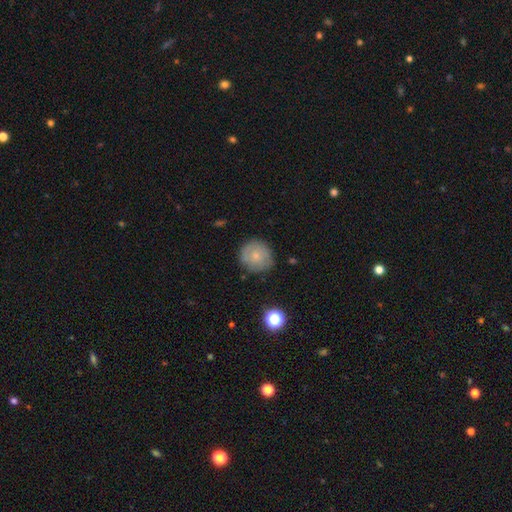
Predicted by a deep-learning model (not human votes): smooth 63%, featured or disk 28%, star or artifact 8%. Down the decision tree: how rounded — round (92%); merging — none (79%).